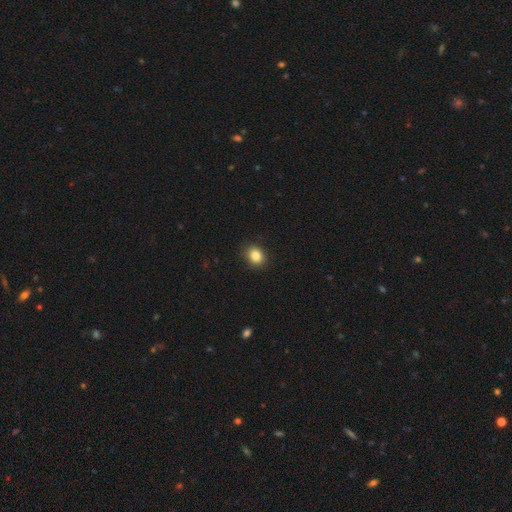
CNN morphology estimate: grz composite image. It shows a smooth galaxy with no disk features (85%) that is round (57%). Merging: none (89%).